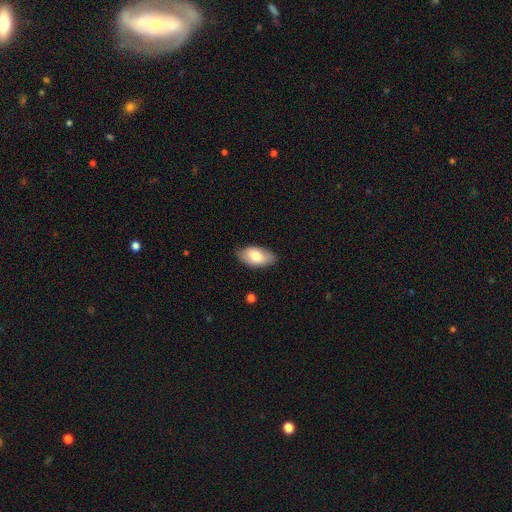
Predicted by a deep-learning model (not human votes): A smooth galaxy with no disk features (74%) that is in between round and cigar-shaped (94%).

Vote fractions:
- Smooth or featured? smooth: 74% / featured or disk: 20% / star or artifact: 6%
- How rounded? in between: 94% / round: 3% / cigar-shaped: 2%
- Merging? none: 82% / minor disturbance: 15% / major disturbance: 3% / merger: 1%